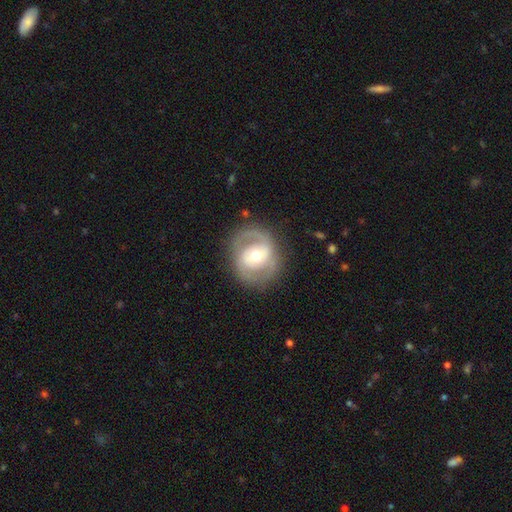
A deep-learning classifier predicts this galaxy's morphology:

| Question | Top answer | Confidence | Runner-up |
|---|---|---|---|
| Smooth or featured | featured or disk | 69% | smooth (25%) |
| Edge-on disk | no | 97% | yes (3%) |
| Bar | no | 45% | weak (37%) |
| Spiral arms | yes | 70% | no (30%) |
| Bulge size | moderate | 70% | small (15%) |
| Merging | none | 76% | minor disturbance (14%) |